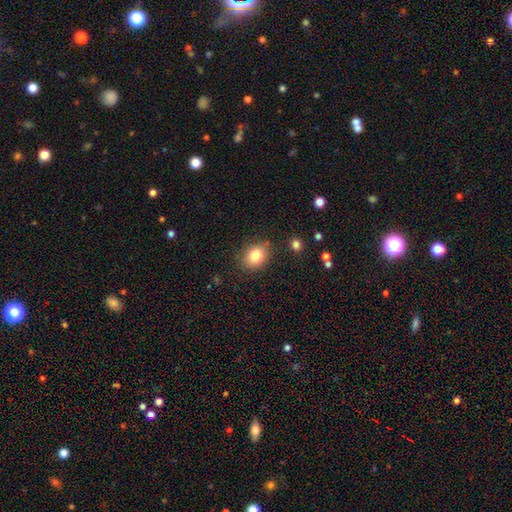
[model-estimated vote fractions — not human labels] Morphology: type=smooth (81%); roundness=round (50%); merging=none (81%).